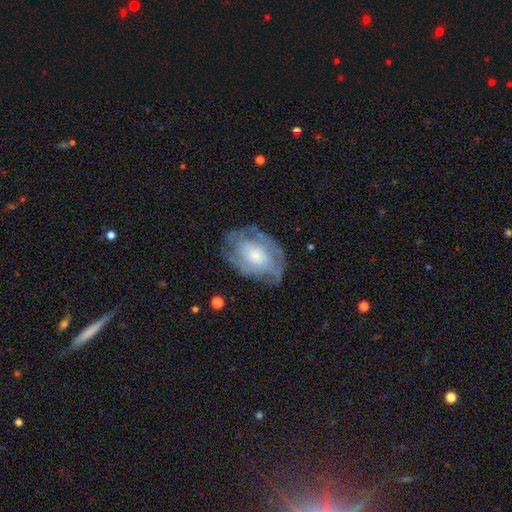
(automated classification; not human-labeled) A featured or disk galaxy (63%) with no bar (77%), spiral arms (67%) and a moderate central bulge (38%). Merging: none (60%).